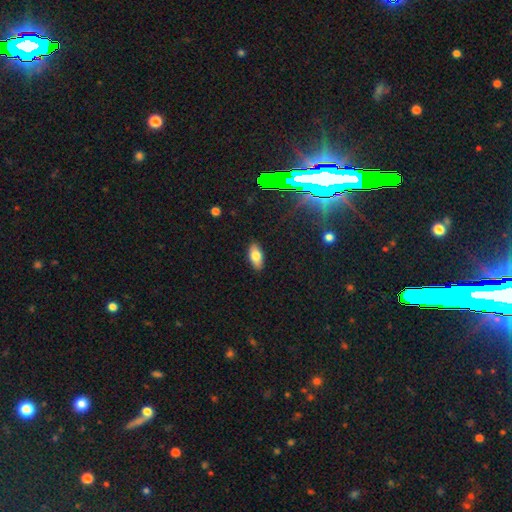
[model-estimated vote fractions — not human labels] Smooth or featured? smooth (76%)
How rounded? in between (88%)
Merging? none (88%)